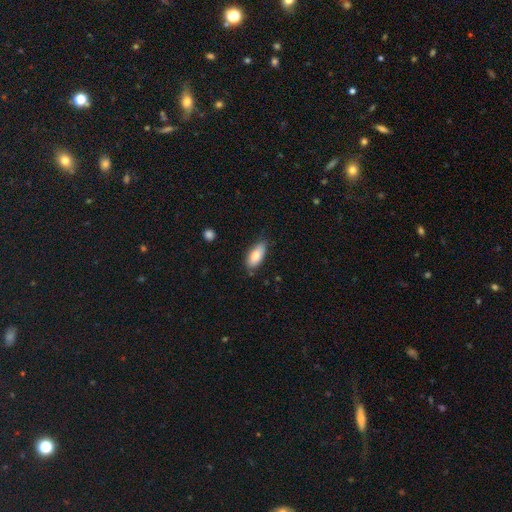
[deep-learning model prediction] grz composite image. It shows a smooth galaxy with no disk features (81%) that is in between round and cigar-shaped (87%). Merging: none (78%).